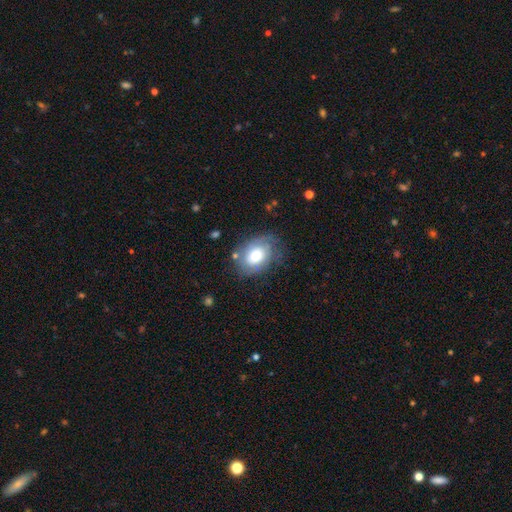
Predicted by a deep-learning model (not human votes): Q: Smooth or featured?
A: smooth (52%); runner-up: featured or disk (40%)
Q: How rounded?
A: in between (73%); runner-up: round (26%)
Q: Merging?
A: none (60%); runner-up: minor disturbance (25%)